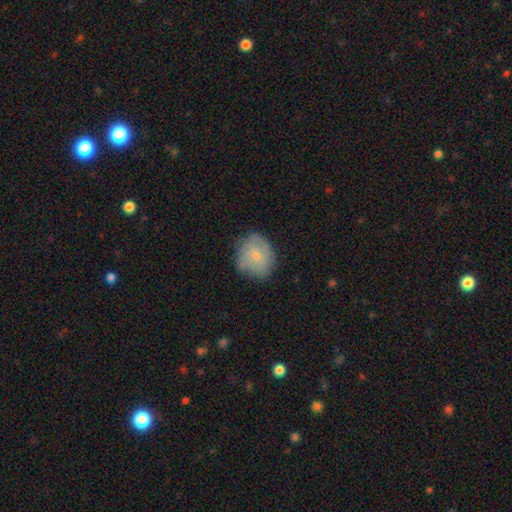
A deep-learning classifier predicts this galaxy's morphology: Smooth or featured? Predicted: smooth (p=0.61). How rounded? Predicted: round (p=0.64). Merging? Predicted: none (p=0.67).